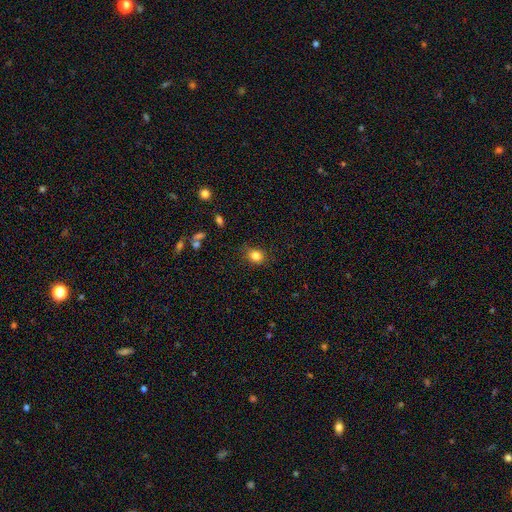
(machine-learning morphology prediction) The model was most divided on "how rounded": round: 60%, in between: 39%, cigar-shaped: 1%. More confident: smooth or featured — smooth (84%); merging — none (81%).